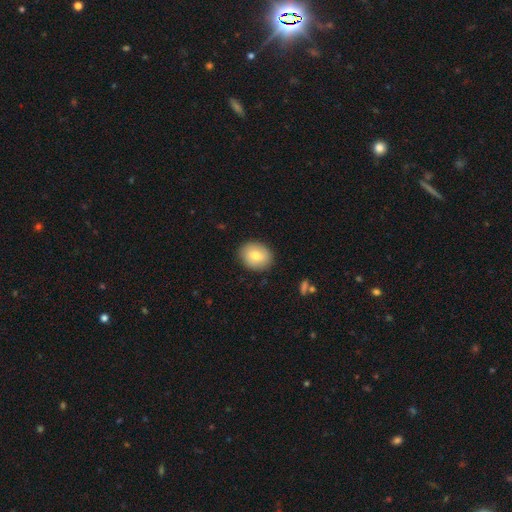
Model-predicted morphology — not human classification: type=smooth (76%); roundness=round (55%); merging=none (87%).